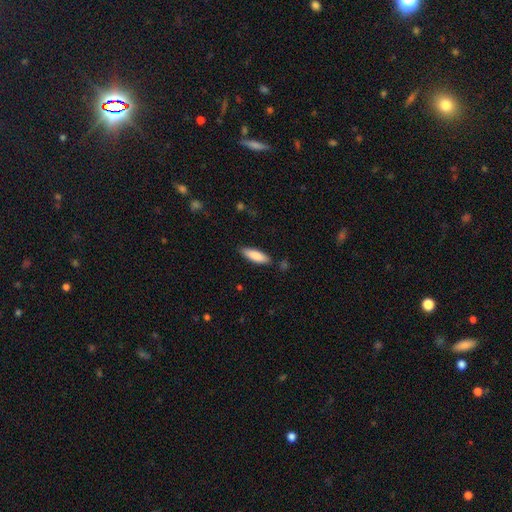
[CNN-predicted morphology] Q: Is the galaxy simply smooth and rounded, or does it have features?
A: smooth — 85%.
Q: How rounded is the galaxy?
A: cigar-shaped — 51%.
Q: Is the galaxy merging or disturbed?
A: none — 84%.